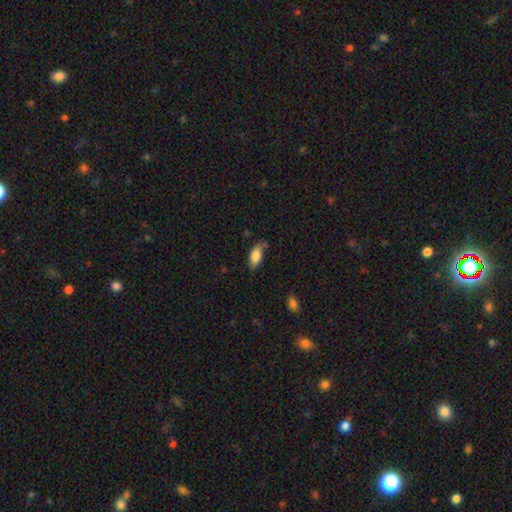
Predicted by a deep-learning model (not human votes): Smooth or featured? smooth (81%)
How rounded? in between (87%)
Merging? none (62%)